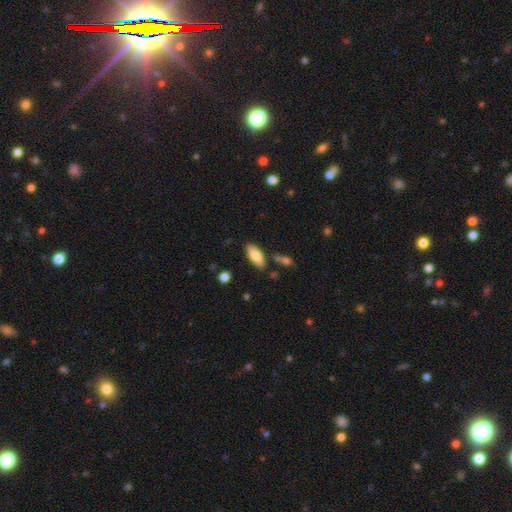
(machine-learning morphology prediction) This appears to be a smooth galaxy with no disk features (80%) that is in between round and cigar-shaped (83%). Merging: none (82%).